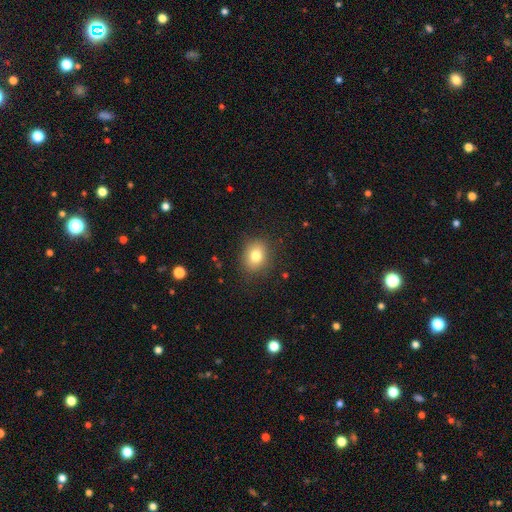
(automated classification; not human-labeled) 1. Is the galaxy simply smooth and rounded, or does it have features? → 79% smooth, 11% star or artifact, 10% featured or disk.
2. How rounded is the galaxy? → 55% round, 44% in between, 1% cigar-shaped.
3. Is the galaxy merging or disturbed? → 85% none, 10% minor disturbance, 3% major disturbance, 1% merger.